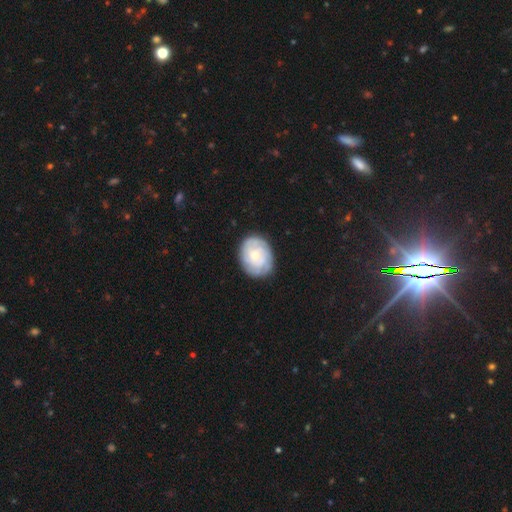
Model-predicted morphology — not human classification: This is possibly a featured or disk galaxy (59%). It is clearly not viewed edge-on (97%). Bar: likely no (78%). Spiral arm pattern: likely yes (79%). Central bulge: possibly moderate (46%). Merging: likely none (79%).